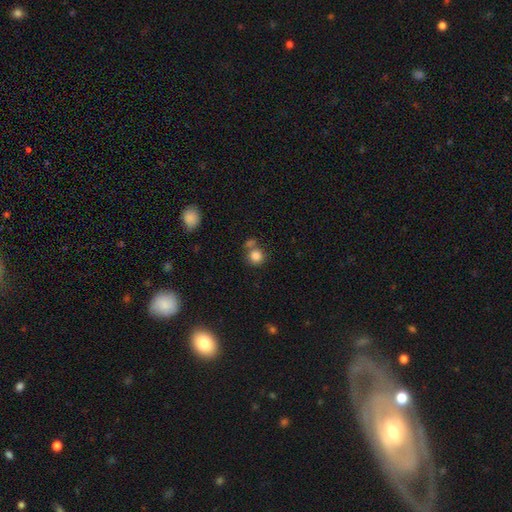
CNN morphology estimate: Smooth or featured? Predicted: smooth (p=0.83). How rounded? Predicted: round (p=0.88). Merging? Predicted: none (p=0.60).